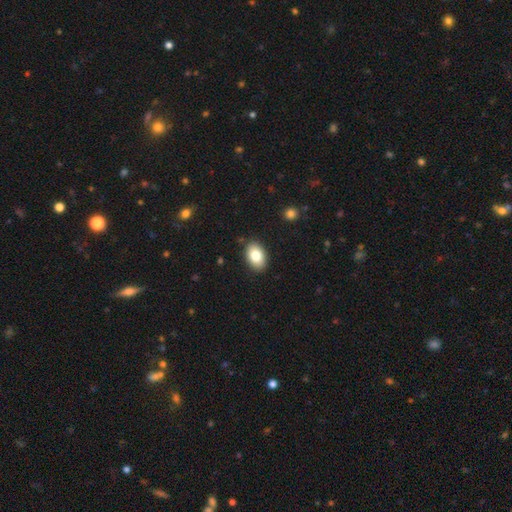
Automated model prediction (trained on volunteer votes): This is clearly a smooth galaxy (81%). How rounded: clearly in between (87%). Merging: clearly none (88%).